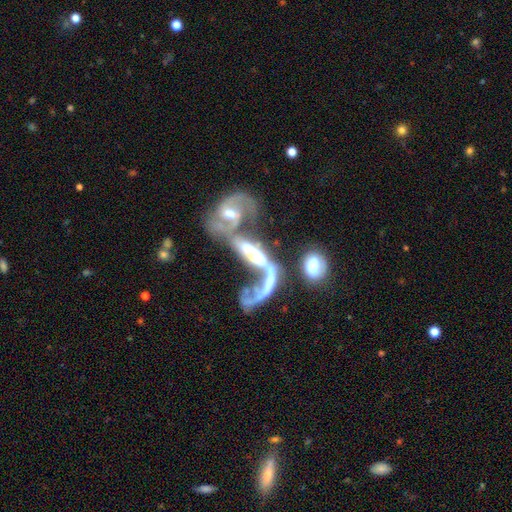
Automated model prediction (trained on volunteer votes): This appears to be a featured or disk galaxy (71%) with no bar (49%), spiral arms (60%) and a moderate central bulge (43%). Merging: merger (70%).